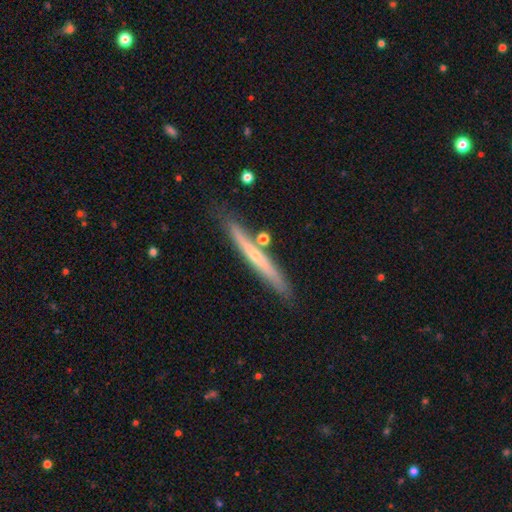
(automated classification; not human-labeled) This is possibly a featured or disk galaxy (57%). It is clearly viewed edge-on (94%). Edge-on bulge: possibly rounded (52%). Merging: clearly none (81%).